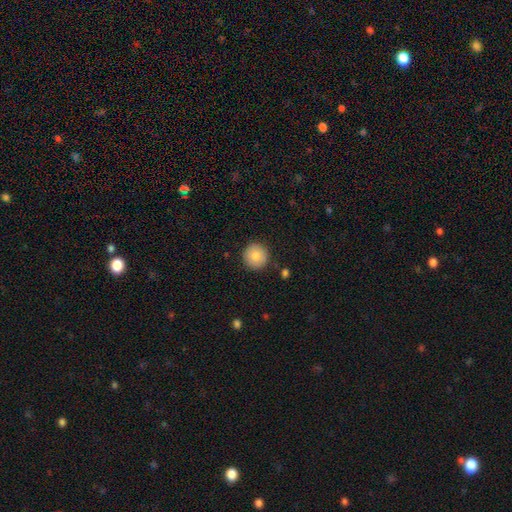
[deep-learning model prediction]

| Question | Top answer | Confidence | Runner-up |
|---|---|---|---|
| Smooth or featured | smooth | 84% | star or artifact (8%) |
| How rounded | round | 95% | in between (4%) |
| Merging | none | 91% | minor disturbance (6%) |